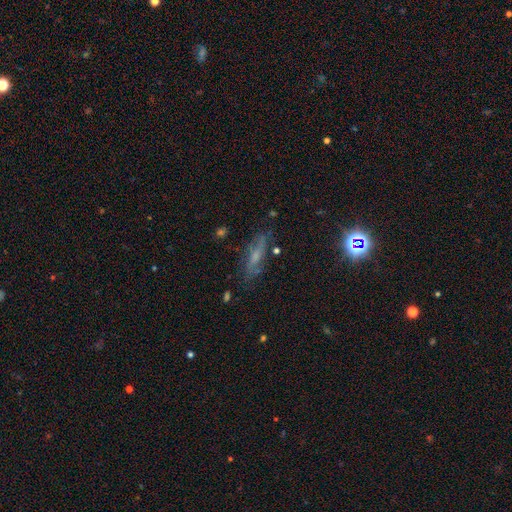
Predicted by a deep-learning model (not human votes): Smooth or featured? featured or disk (51%)
Edge-on disk? no (55%)
Merging? none (73%)